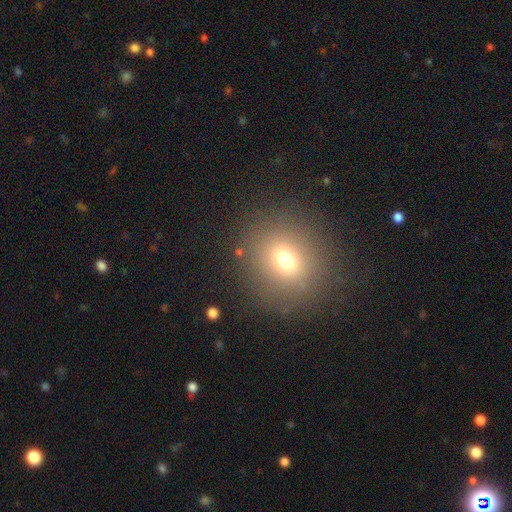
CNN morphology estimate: A smooth galaxy with no disk features (67%) that is round (84%). Merging: none (89%).